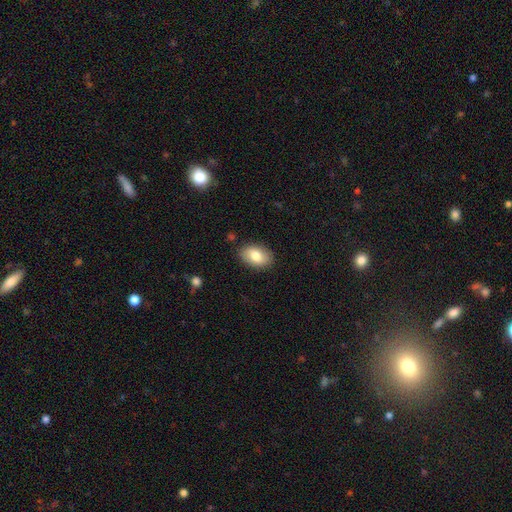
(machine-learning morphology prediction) A smooth galaxy with no disk features (80%) that is in between round and cigar-shaped (91%).

Vote fractions:
- Smooth or featured? smooth: 80% / featured or disk: 13% / star or artifact: 7%
- How rounded? in between: 91% / round: 8% / cigar-shaped: 1%
- Merging? none: 86% / minor disturbance: 10% / major disturbance: 2% / merger: 1%